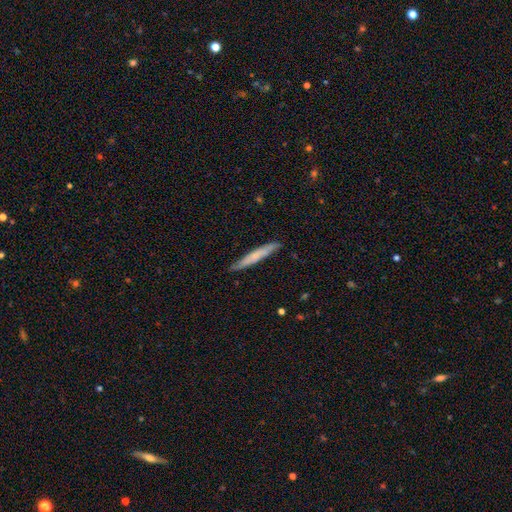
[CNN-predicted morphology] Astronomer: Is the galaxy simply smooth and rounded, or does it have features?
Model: smooth — 57% (runner-up: featured or disk, 38%).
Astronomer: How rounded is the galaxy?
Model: cigar-shaped — 95%.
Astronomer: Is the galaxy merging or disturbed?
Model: none — 86%.